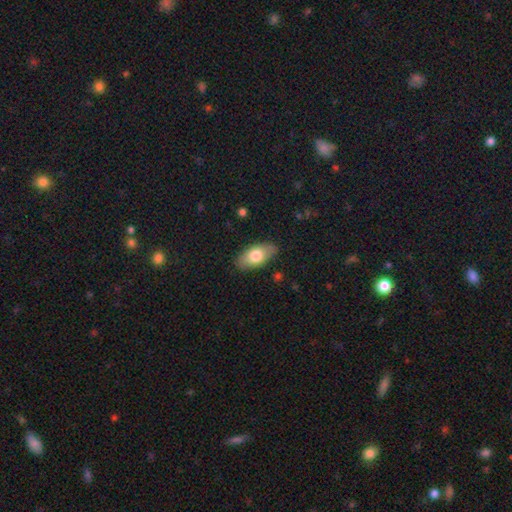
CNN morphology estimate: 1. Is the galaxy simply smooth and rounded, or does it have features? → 73% smooth, 21% featured or disk, 6% star or artifact.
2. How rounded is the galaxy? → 89% in between, 7% cigar-shaped, 4% round.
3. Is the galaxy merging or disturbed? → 85% none, 12% minor disturbance, 3% major disturbance, 1% merger.